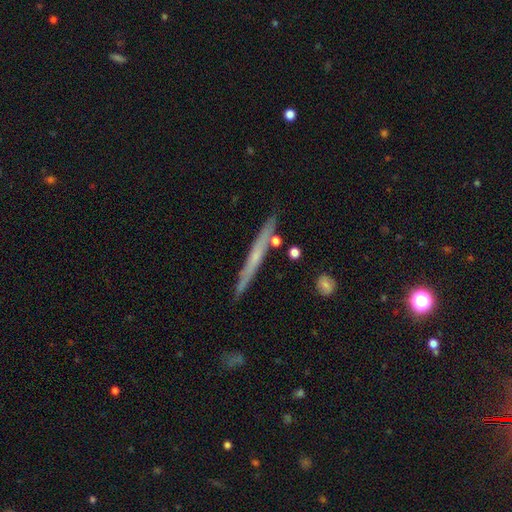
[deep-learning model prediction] This appears to be a featured or disk galaxy (57%) viewed edge-on (96%) with no central bulge (74%). Merging: none (87%).